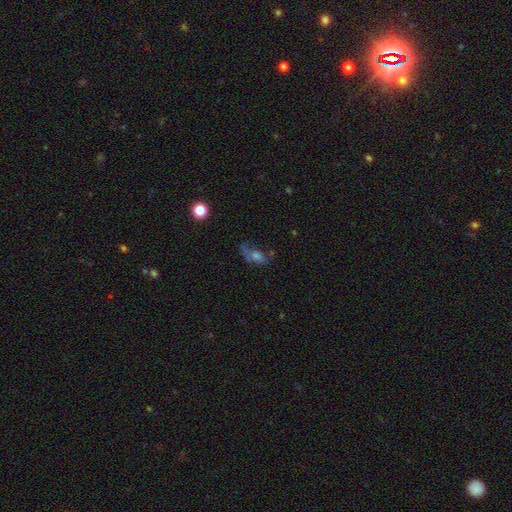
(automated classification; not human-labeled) Smooth or featured: smooth — 41% (featured or disk — 38%)
Merging: none — 39% (major disturbance — 31%)